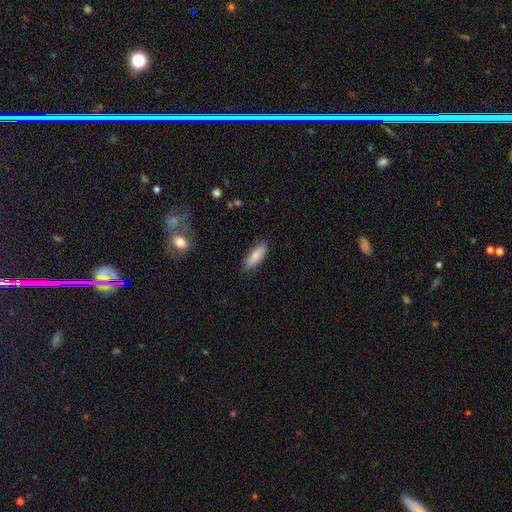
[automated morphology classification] smooth_or_featured: smooth (p=0.87) [alt: featured or disk p=0.07]
how_rounded: in between (p=0.61) [alt: cigar-shaped p=0.37]
merging: none (p=0.85) [alt: minor disturbance p=0.12]